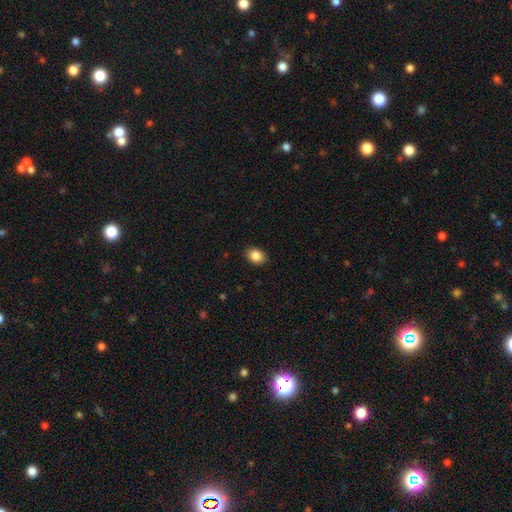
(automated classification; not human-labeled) This is clearly a smooth galaxy (87%). How rounded: likely in between (66%). Merging: clearly none (89%).